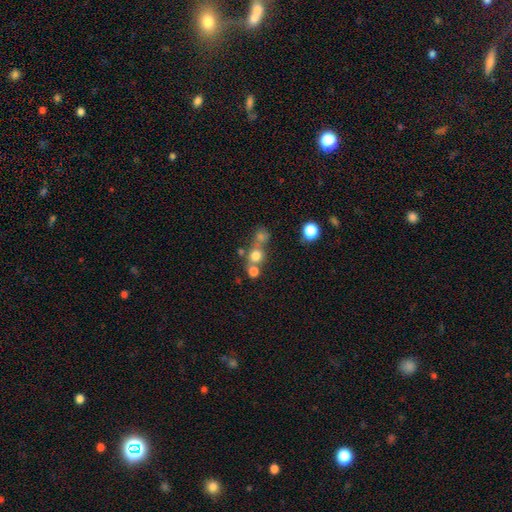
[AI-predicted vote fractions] smooth_or_featured: smooth (p=0.70) [alt: star or artifact p=0.18]
how_rounded: round (p=0.87) [alt: in between p=0.12]
merging: none (p=0.50) [alt: merger p=0.39]